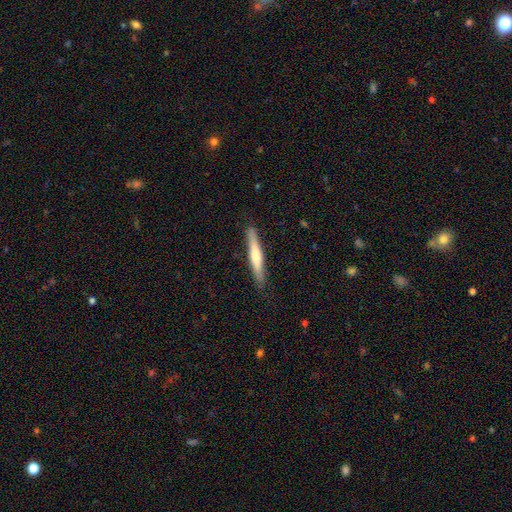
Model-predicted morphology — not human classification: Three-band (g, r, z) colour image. It shows a smooth galaxy with no disk features (48%). Merging: none (87%).